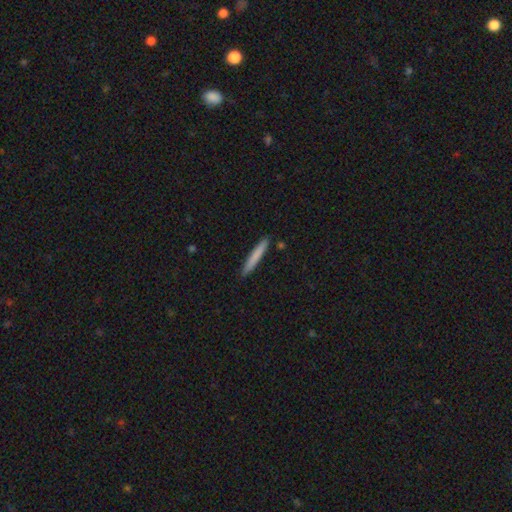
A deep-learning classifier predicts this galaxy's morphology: Overall: smooth (79%). How rounded: cigar-shaped (96%). Merging: none (89%).